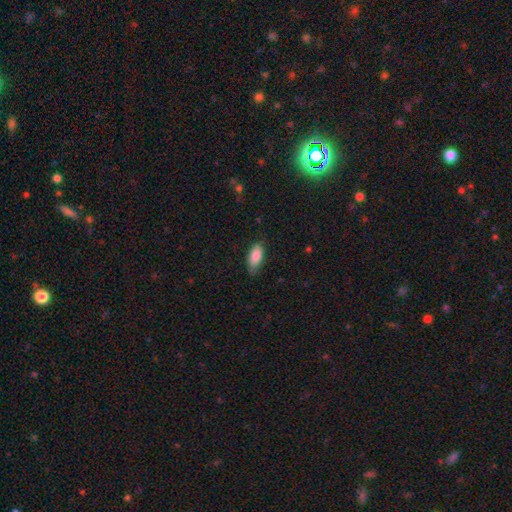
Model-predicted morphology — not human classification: The model was most divided on "merging": none: 76%, minor disturbance: 20%, major disturbance: 3%, merger: 1%. More confident: smooth or featured — smooth (85%); how rounded — in between (84%).